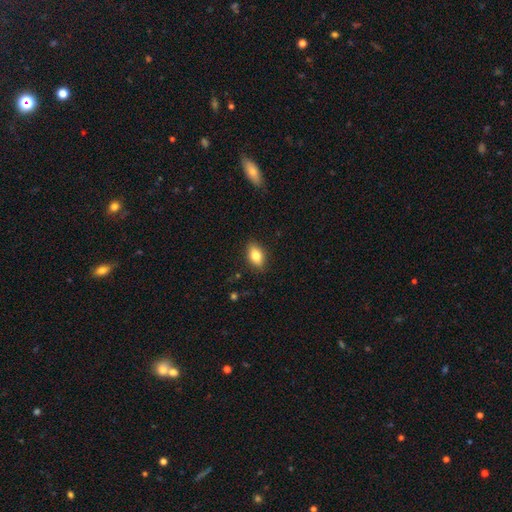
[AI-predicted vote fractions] Smooth or featured: smooth — 80% (featured or disk — 12%)
How rounded: in between — 87% (round — 9%)
Merging: none — 87% (minor disturbance — 10%)